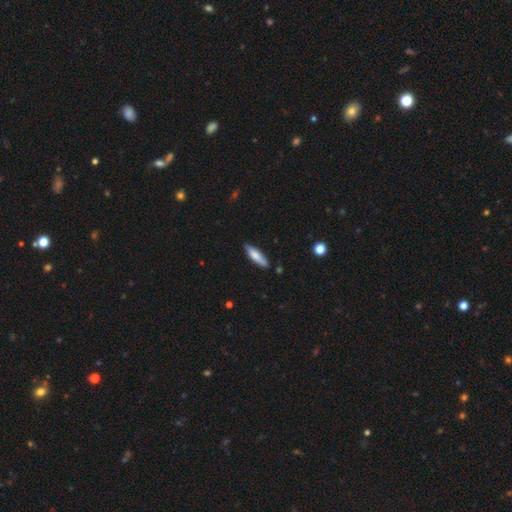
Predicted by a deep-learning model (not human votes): Smooth or featured?
  - smooth: 70% *
  - featured or disk: 24%
  - star or artifact: 6%
How rounded?
  - cigar-shaped: 71% *
  - in between: 28%
  - round: 1%
Merging?
  - none: 82% *
  - minor disturbance: 14%
  - major disturbance: 2%
  - merger: 2%